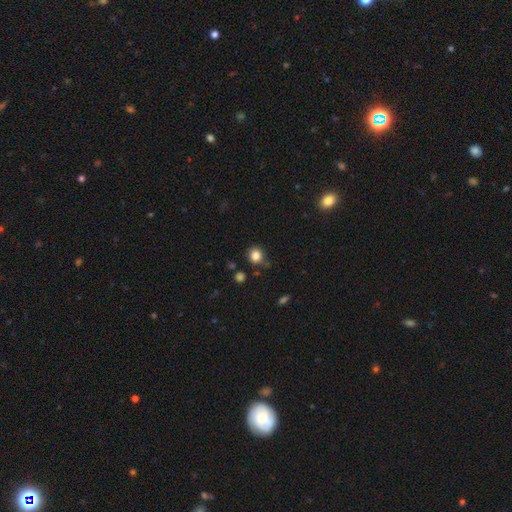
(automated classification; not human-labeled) Smooth or featured? smooth (84%)
How rounded? round (81%)
Merging? none (80%)